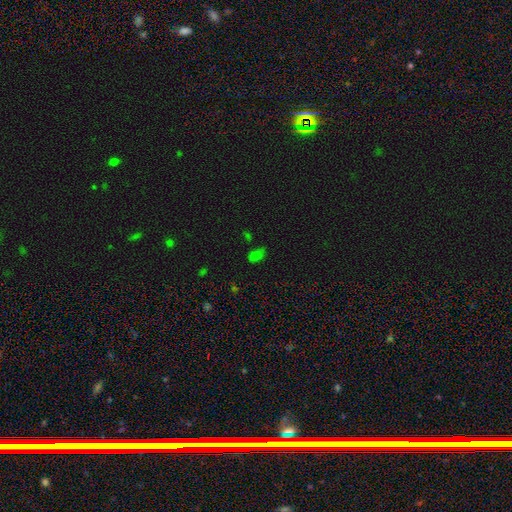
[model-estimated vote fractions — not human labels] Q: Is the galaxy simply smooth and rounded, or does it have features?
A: smooth — 60%.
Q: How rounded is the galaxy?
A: in between — 86%.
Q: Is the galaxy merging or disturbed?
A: none — 61%.